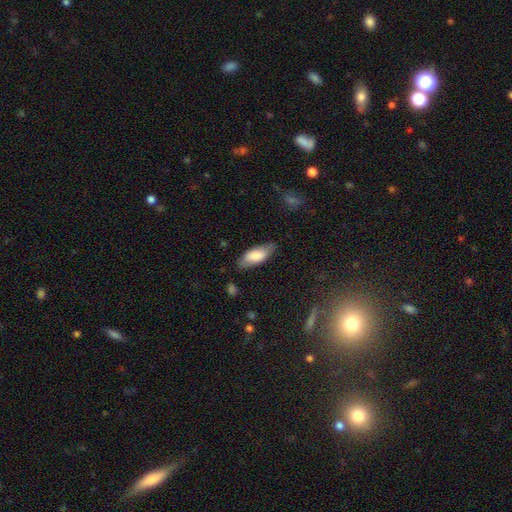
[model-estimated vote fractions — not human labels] smooth 76%, featured or disk 18%, star or artifact 6%. Down the decision tree: how rounded — in between (80%); merging — none (73%).